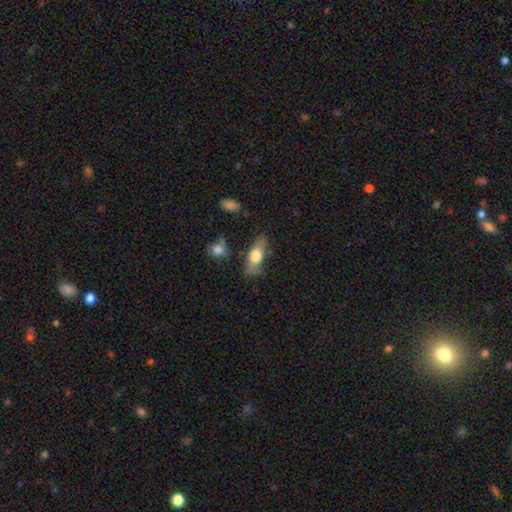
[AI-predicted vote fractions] smooth 64%, featured or disk 30%, star or artifact 6%. Down the decision tree: how rounded — in between (69%); merging — none (71%).